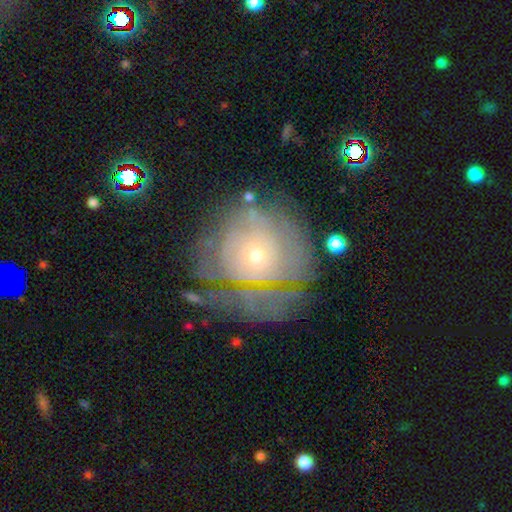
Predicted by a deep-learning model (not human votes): Smooth or featured? Predicted: featured or disk (p=0.65). Edge-on disk? Predicted: no (p=0.96). Bar? Predicted: no (p=0.85). Spiral arms? Predicted: yes (p=0.67). Bulge size? Predicted: small (p=0.68). Merging? Predicted: none (p=0.47).